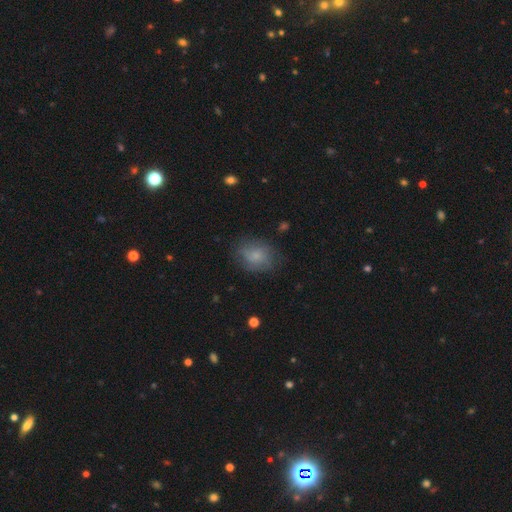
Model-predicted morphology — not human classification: A smooth galaxy with no disk features (67%) that is in between round and cigar-shaped (52%). Merging: none (70%).